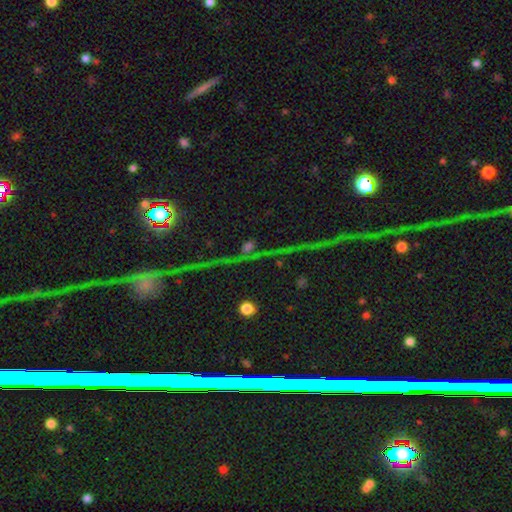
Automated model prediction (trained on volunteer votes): Smooth or featured?
  - star or artifact: 71% *
  - featured or disk: 18%
  - smooth: 11%